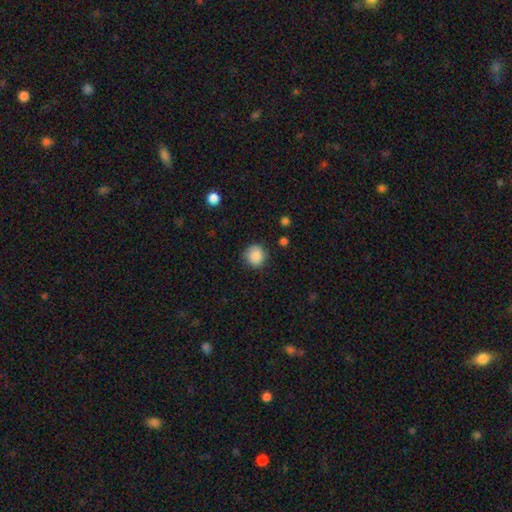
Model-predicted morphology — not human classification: The model was most divided on "merging": none: 81%, minor disturbance: 14%, major disturbance: 3%, merger: 1%. More confident: how rounded — round (90%); smooth or featured — smooth (87%).